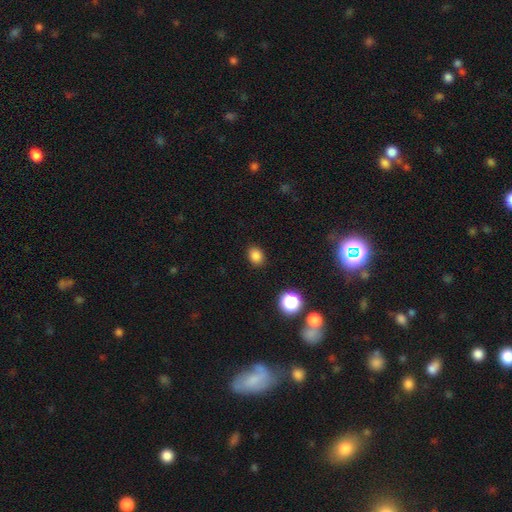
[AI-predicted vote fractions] smooth 83%, star or artifact 13%, featured or disk 4%. Down the decision tree: how rounded — in between (54%); merging — none (88%).